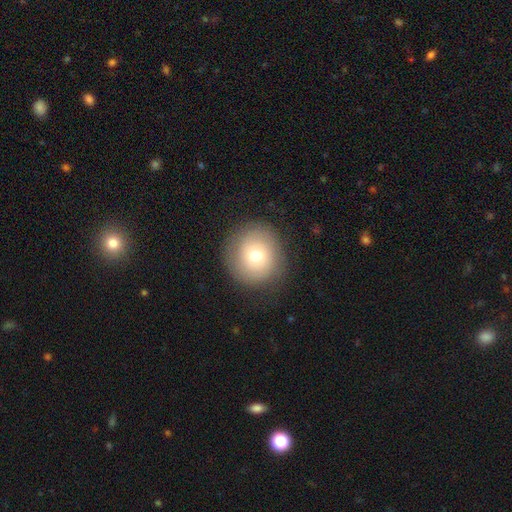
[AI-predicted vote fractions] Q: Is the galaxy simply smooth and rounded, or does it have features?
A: smooth — 70%.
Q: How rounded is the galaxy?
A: round — 89%.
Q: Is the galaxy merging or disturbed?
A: none — 84%.